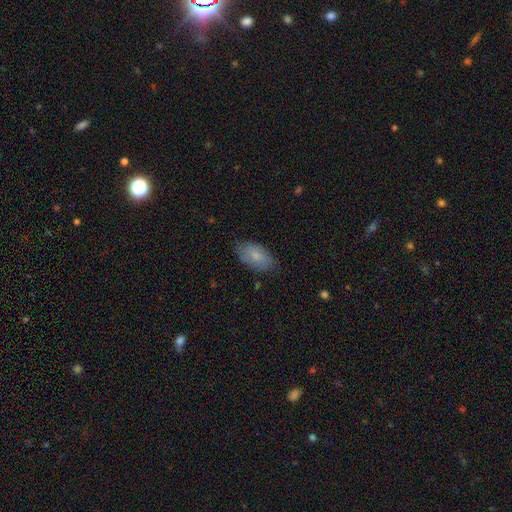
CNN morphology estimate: Q: Smooth or featured?
A: smooth (79%); runner-up: featured or disk (15%)
Q: How rounded?
A: in between (94%); runner-up: round (4%)
Q: Merging?
A: none (77%); runner-up: minor disturbance (18%)